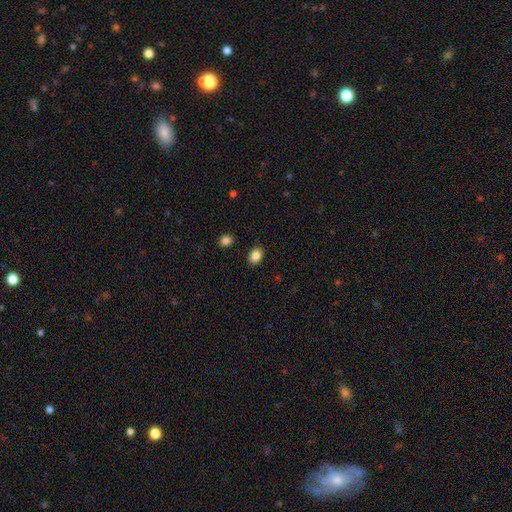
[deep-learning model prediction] This is clearly a smooth galaxy (85%). How rounded: likely in between (64%). Merging: clearly none (88%).